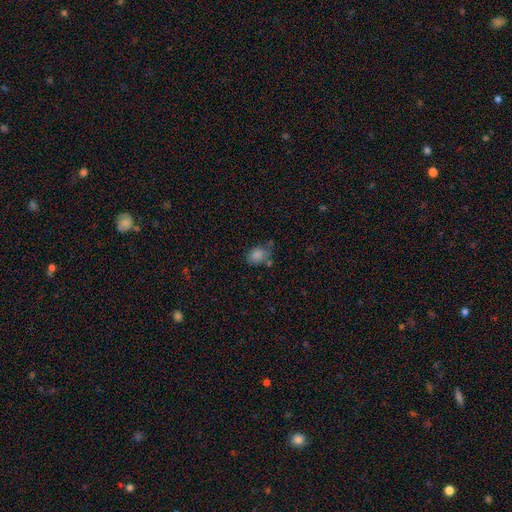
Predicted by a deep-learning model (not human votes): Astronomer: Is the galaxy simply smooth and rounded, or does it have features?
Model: smooth — 79%.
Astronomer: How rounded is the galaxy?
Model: in between — 66%.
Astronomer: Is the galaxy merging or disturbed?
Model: none — 59%.